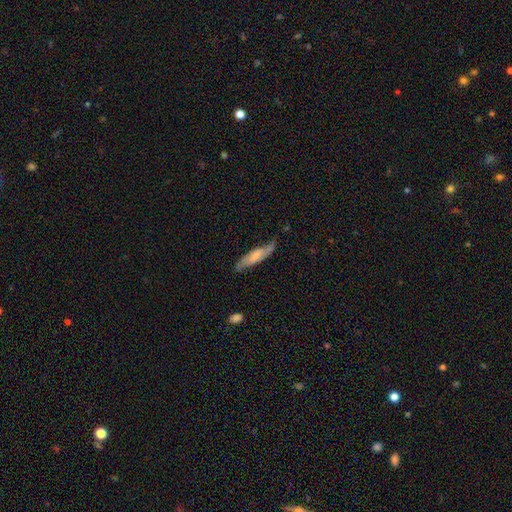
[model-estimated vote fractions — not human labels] Smooth or featured?
  - featured or disk: 51% *
  - smooth: 43%
  - star or artifact: 6%
Edge-on disk?
  - no: 62% *
  - yes: 38%
Merging?
  - none: 67% *
  - minor disturbance: 24%
  - major disturbance: 7%
  - merger: 2%